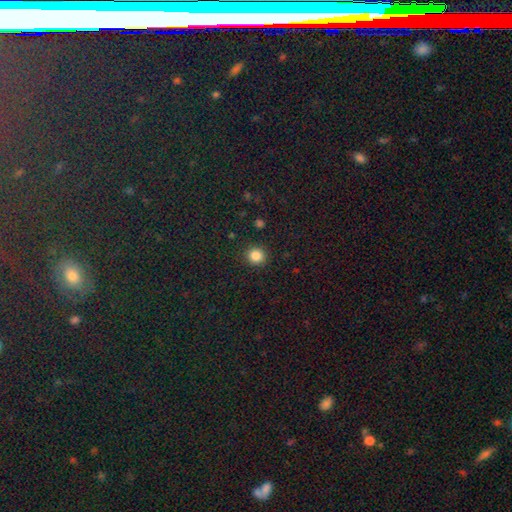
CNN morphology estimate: smooth-or-featured: smooth: 85% | star or artifact: 11% | featured or disk: 4%
  how-rounded: round: 91% | in between: 8% | cigar-shaped: 1%
  merging: none: 92% | minor disturbance: 5% | major disturbance: 2% | merger: 1%